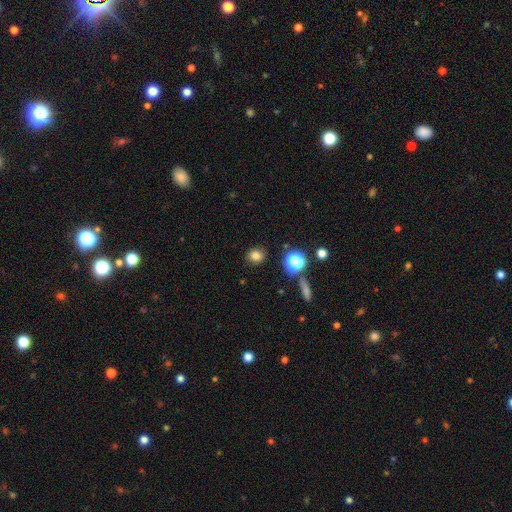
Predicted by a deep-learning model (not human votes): Morphology: type=smooth (78%); roundness=round (70%); merging=none (87%).